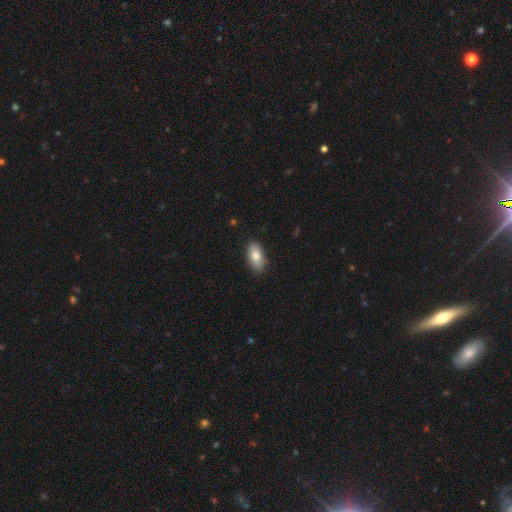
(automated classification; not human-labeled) Smooth or featured: smooth — 81% (featured or disk — 12%)
How rounded: in between — 91% (cigar-shaped — 6%)
Merging: none — 87% (minor disturbance — 10%)